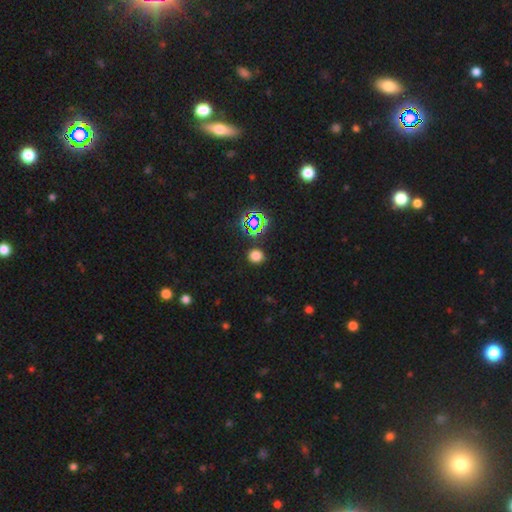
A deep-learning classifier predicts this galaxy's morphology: A smooth galaxy with no disk features (72%) that is round (82%). Merging: none (87%).